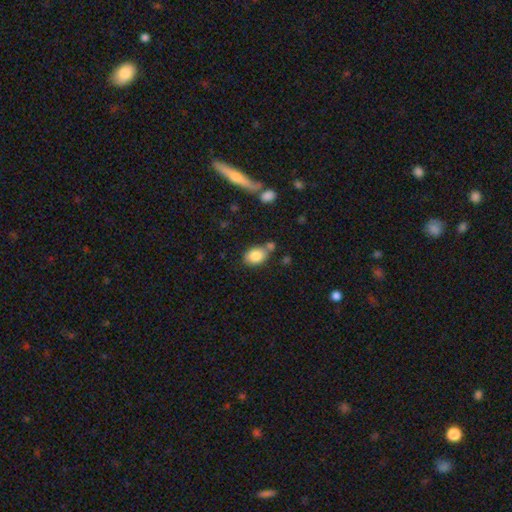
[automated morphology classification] Smooth or featured? Predicted: smooth (p=0.83). How rounded? Predicted: in between (p=0.73). Merging? Predicted: none (p=0.61).